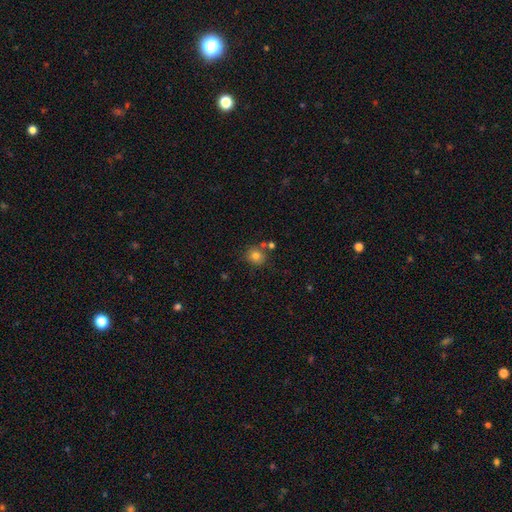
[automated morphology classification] Smooth or featured? smooth (79%)
How rounded? round (85%)
Merging? none (72%)